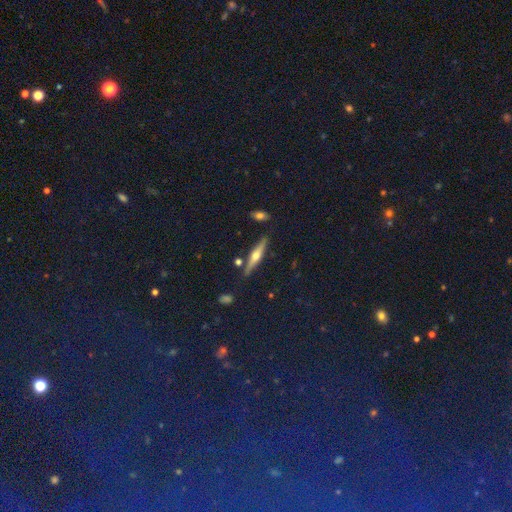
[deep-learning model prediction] smooth-or-featured: featured or disk: 64% | smooth: 26% | star or artifact: 9%
  disk-edge-on: yes: 96% | no: 4%
    edge-on-bulge: rounded: 92% | none: 4% | boxy: 4%
  merging: none: 84% | minor disturbance: 9% | merger: 4% | major disturbance: 2%